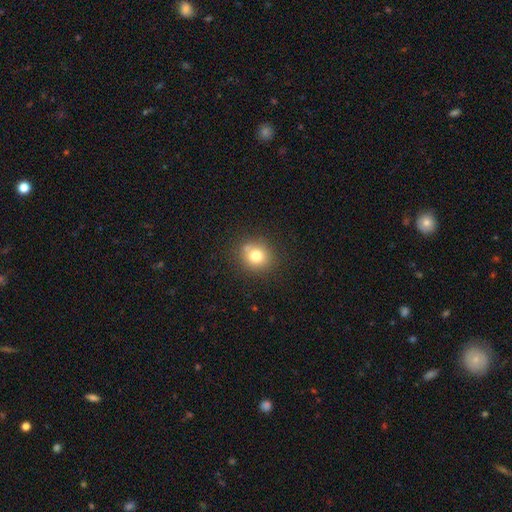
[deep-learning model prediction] A smooth galaxy with no disk features (77%) that is round (83%).

Vote fractions:
- Smooth or featured? smooth: 77% / star or artifact: 13% / featured or disk: 11%
- How rounded? round: 83% / in between: 17% / cigar-shaped: 1%
- Merging? none: 78% / minor disturbance: 13% / merger: 6% / major disturbance: 4%